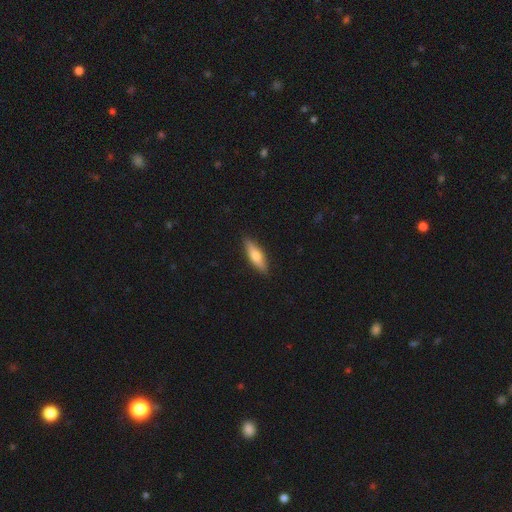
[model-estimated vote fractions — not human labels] Smooth or featured? Predicted: smooth (p=0.60). How rounded? Predicted: cigar-shaped (p=0.60). Merging? Predicted: none (p=0.89).